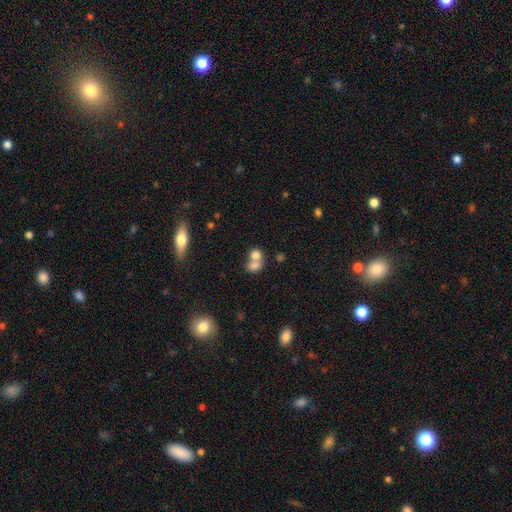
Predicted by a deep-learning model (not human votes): smooth_or_featured: smooth (p=0.75) [alt: featured or disk p=0.14]
how_rounded: round (p=0.57) [alt: in between p=0.41]
merging: merger (p=0.64) [alt: none p=0.26]